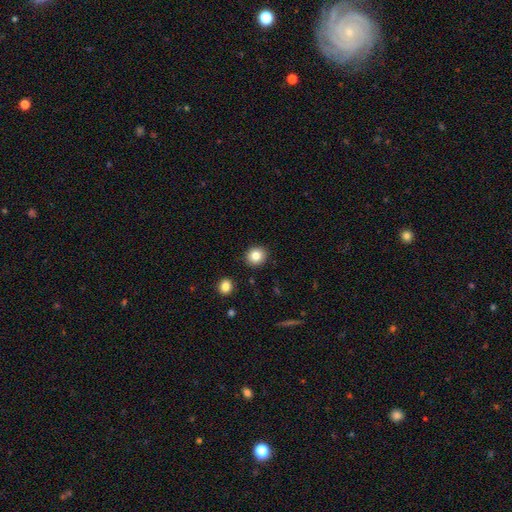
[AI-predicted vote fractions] A smooth galaxy with no disk features (84%) that is round (84%).

Vote fractions:
- Smooth or featured? smooth: 84% / star or artifact: 10% / featured or disk: 6%
- How rounded? round: 84% / in between: 15% / cigar-shaped: 1%
- Merging? none: 90% / minor disturbance: 6% / merger: 2% / major disturbance: 2%